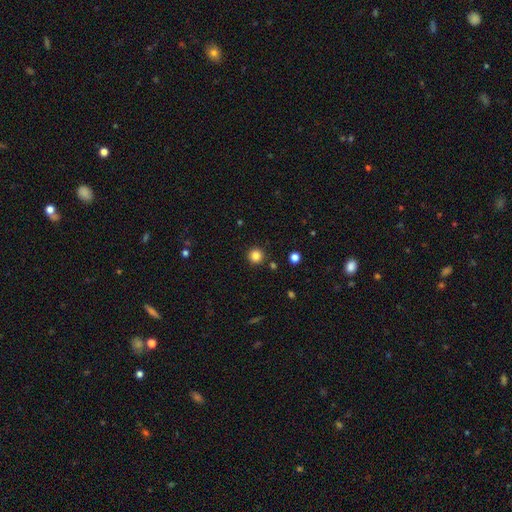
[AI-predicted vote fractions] A smooth galaxy with no disk features (83%) that is round (96%). Merging: none (91%).